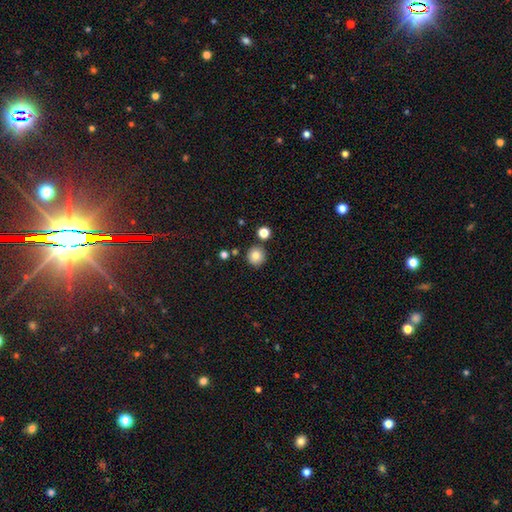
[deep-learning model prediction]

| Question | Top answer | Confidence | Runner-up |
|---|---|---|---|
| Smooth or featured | smooth | 84% | star or artifact (10%) |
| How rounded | round | 94% | in between (5%) |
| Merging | none | 85% | minor disturbance (7%) |